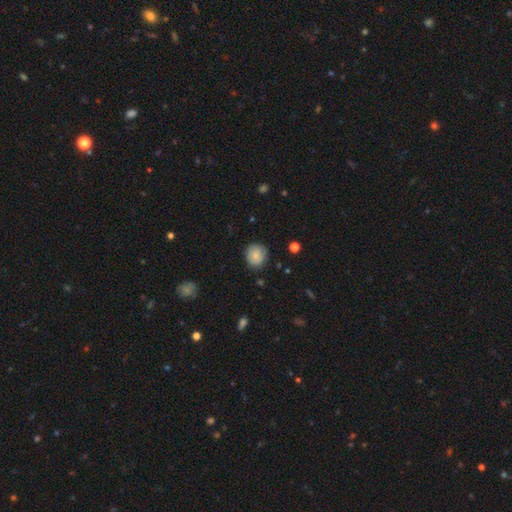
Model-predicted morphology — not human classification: smooth-or-featured: smooth: 79% | featured or disk: 13% | star or artifact: 8%
  how-rounded: round: 82% | in between: 17% | cigar-shaped: 1%
  merging: none: 79% | minor disturbance: 16% | major disturbance: 3% | merger: 1%